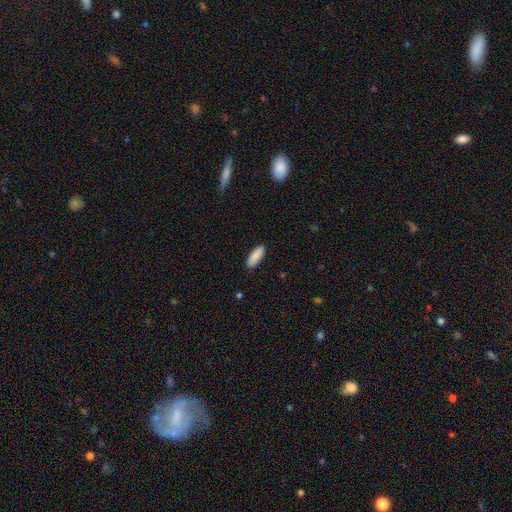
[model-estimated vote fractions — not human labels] smooth-or-featured: smooth: 89% | star or artifact: 6% | featured or disk: 5%
  how-rounded: in between: 67% | cigar-shaped: 31% | round: 2%
  merging: none: 89% | minor disturbance: 8% | major disturbance: 2% | merger: 1%